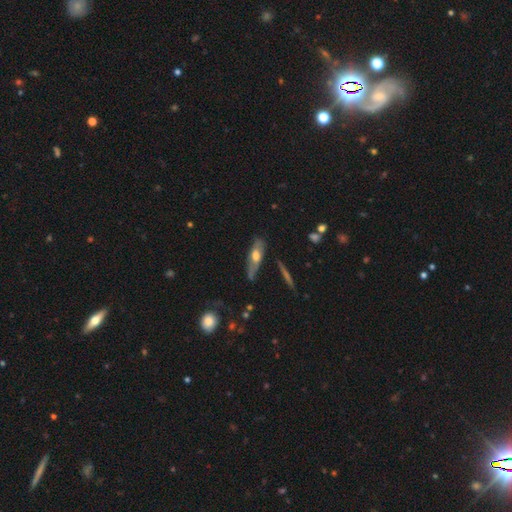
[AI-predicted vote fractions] Smooth or featured? Predicted: smooth (p=0.47). Merging? Predicted: none (p=0.58).